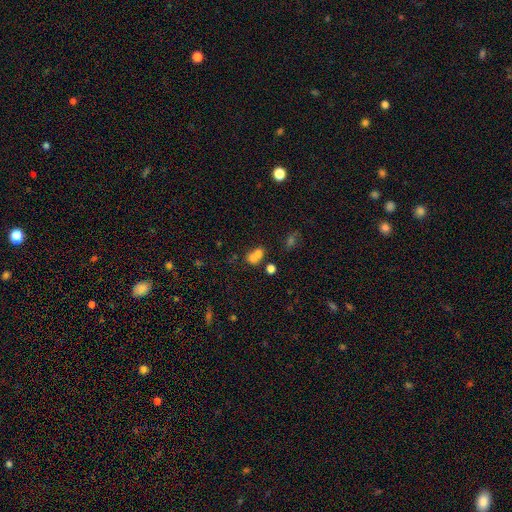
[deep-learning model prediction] This appears to be a smooth galaxy with no disk features (68%) that is round (65%). Merging: merger (61%).